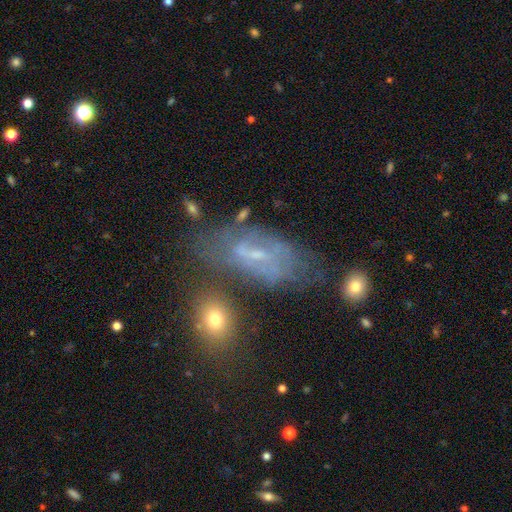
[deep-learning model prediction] Smooth or featured?
  - featured or disk: 65% *
  - smooth: 23%
  - star or artifact: 12%
Edge-on disk?
  - no: 87% *
  - yes: 13%
Bar?
  - weak: 47% *
  - no: 36%
  - strong: 17%
Spiral arms?
  - yes: 69% *
  - no: 31%
Bulge size?
  - small: 69% *
  - moderate: 18%
  - none: 10%
  - large: 2%
  - dominant: 1%
Merging?
  - none: 59% *
  - minor disturbance: 21%
  - major disturbance: 11%
  - merger: 9%